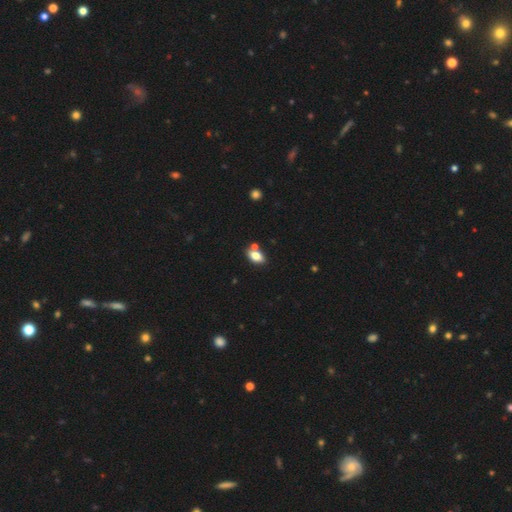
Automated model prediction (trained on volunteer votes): Overall: smooth (79%). How rounded: in between (88%). Merging: none (65%).